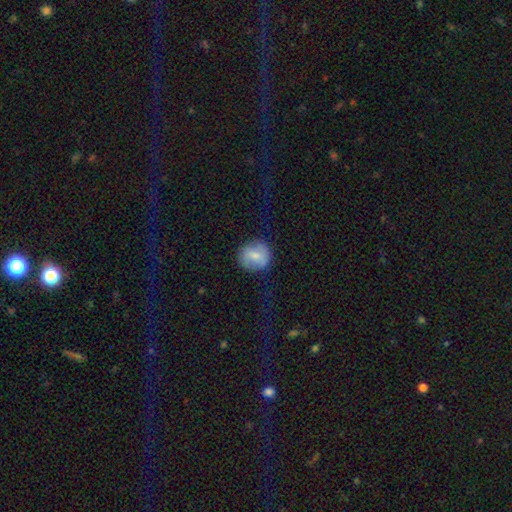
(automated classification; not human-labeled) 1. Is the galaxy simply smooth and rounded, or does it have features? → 73% smooth, 19% featured or disk, 8% star or artifact.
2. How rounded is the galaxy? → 85% round, 14% in between, 1% cigar-shaped.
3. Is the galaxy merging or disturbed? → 79% none, 15% minor disturbance, 5% major disturbance, 1% merger.